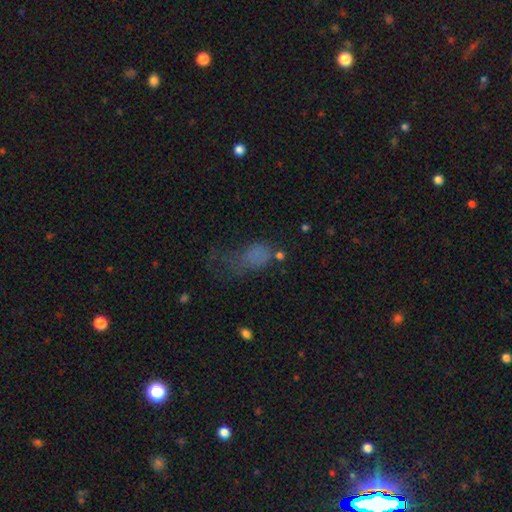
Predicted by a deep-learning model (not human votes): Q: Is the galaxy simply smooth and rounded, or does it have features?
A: smooth — 61%.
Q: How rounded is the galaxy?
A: in between — 81%.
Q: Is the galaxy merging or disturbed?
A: major disturbance — 50%.